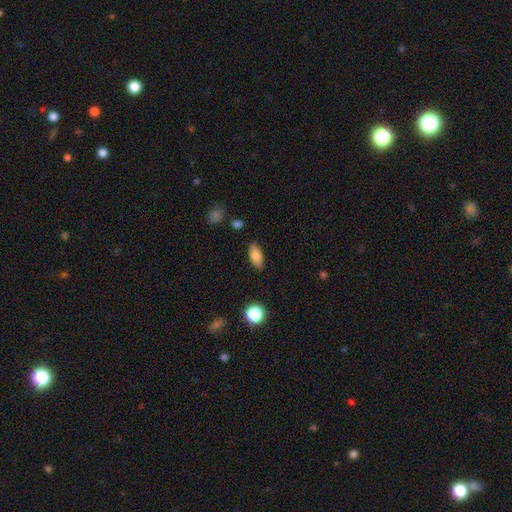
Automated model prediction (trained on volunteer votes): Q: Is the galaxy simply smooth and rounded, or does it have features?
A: smooth — 82%.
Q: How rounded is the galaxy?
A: in between — 88%.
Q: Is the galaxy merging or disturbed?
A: none — 85%.